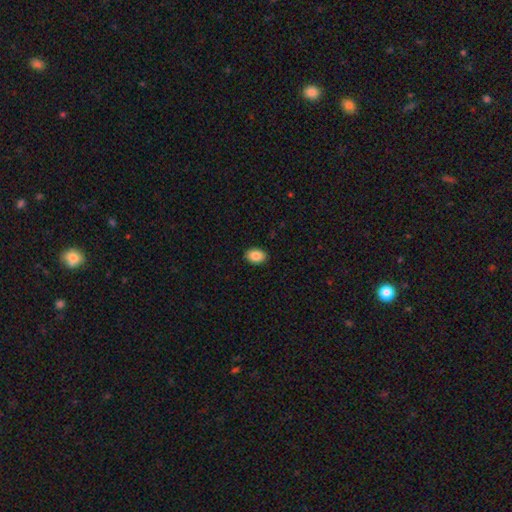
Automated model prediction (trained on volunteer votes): smooth 87%, star or artifact 8%, featured or disk 5%. Down the decision tree: how rounded — in between (81%); merging — none (90%).